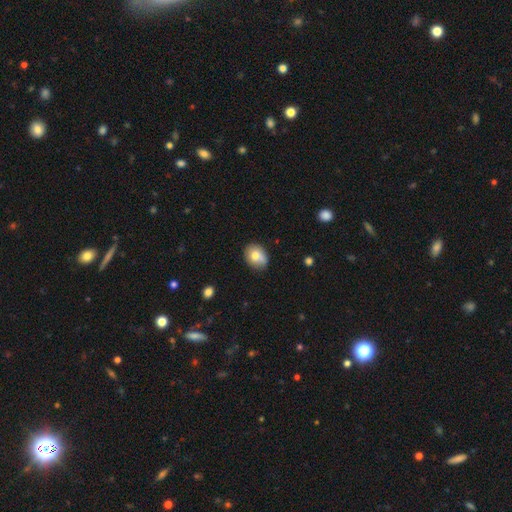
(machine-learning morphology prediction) A smooth galaxy with no disk features (75%) that is in between round and cigar-shaped (59%).

Vote fractions:
- Smooth or featured? smooth: 75% / featured or disk: 16% / star or artifact: 9%
- How rounded? in between: 59% / round: 40% / cigar-shaped: 1%
- Merging? none: 72% / minor disturbance: 21% / major disturbance: 4% / merger: 3%